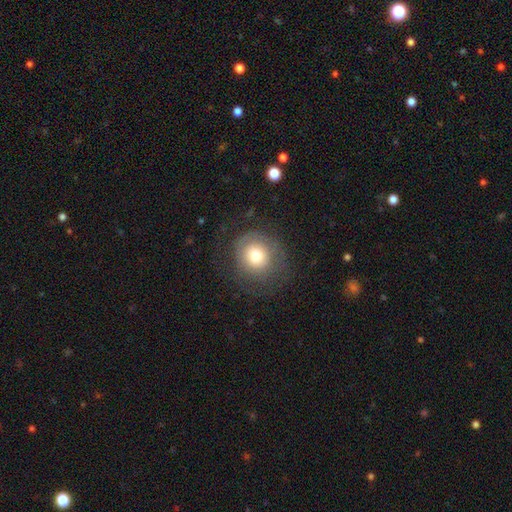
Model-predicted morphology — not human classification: Q: Smooth or featured?
A: smooth (70%); runner-up: featured or disk (20%)
Q: How rounded?
A: round (86%); runner-up: in between (13%)
Q: Merging?
A: none (67%); runner-up: minor disturbance (17%)